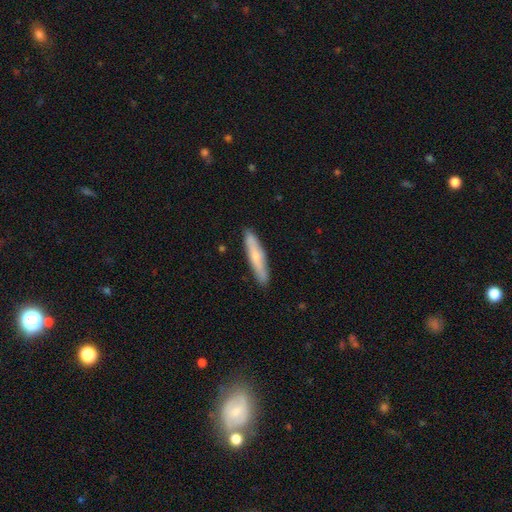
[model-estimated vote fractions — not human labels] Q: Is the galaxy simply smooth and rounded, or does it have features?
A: smooth — 58%.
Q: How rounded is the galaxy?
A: cigar-shaped — 89%.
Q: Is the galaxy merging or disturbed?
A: none — 88%.